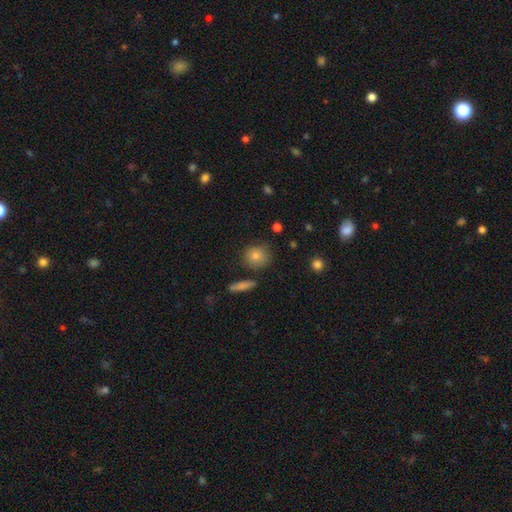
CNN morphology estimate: type=smooth (77%); roundness=round (85%); merging=none (80%).